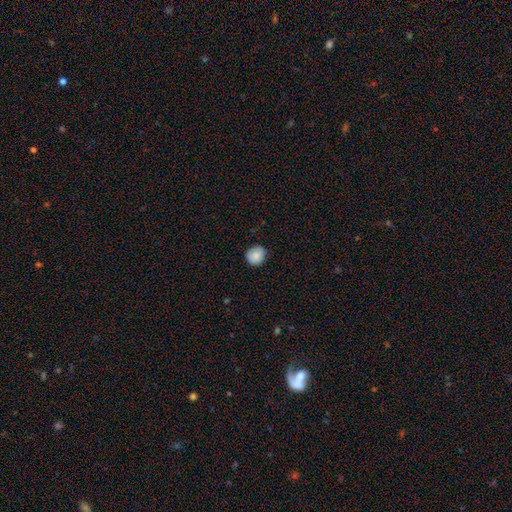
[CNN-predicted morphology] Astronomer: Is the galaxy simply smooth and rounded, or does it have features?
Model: smooth — 86%.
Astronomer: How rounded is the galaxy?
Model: round — 85%.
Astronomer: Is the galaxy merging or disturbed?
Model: none — 82%.